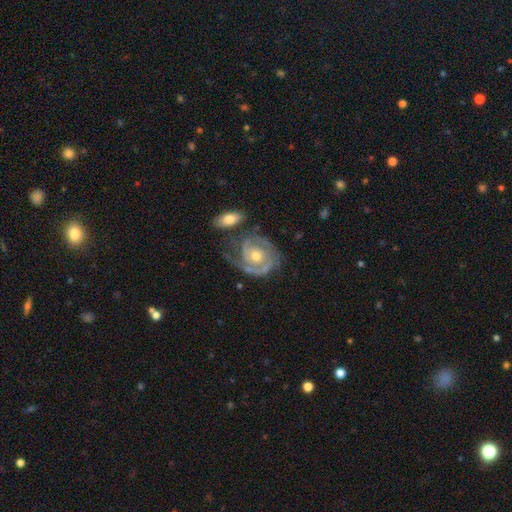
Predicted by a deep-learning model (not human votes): featured or disk 87%, smooth 8%, star or artifact 5%. Down the decision tree: edge-on disk — no (97%); bar — no (75%); spiral arms — yes (95%); spiral arm count — 2 (58%); spiral winding — tight (63%); bulge size — moderate (61%); merging — none (55%).